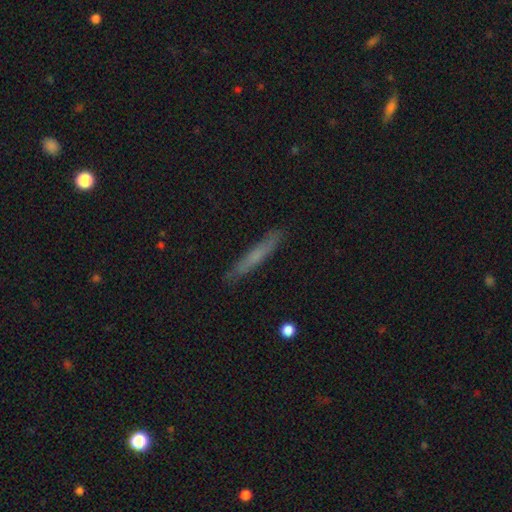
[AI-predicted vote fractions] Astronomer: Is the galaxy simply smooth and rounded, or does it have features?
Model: smooth — 56% (runner-up: featured or disk, 36%).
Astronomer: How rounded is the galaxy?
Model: cigar-shaped — 94%.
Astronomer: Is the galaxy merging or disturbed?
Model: none — 87%.